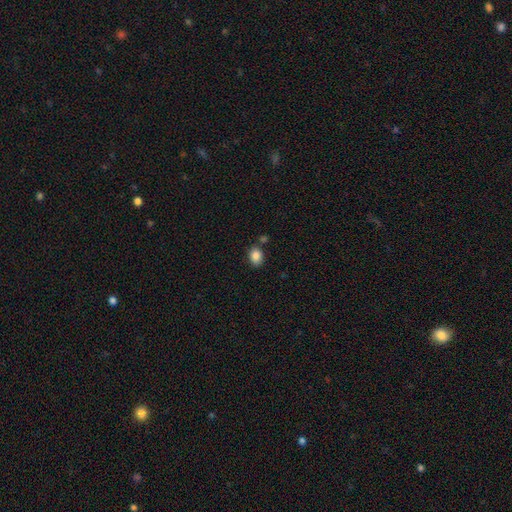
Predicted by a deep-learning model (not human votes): Overall: smooth (86%). How rounded: in between (70%). Merging: none (76%).